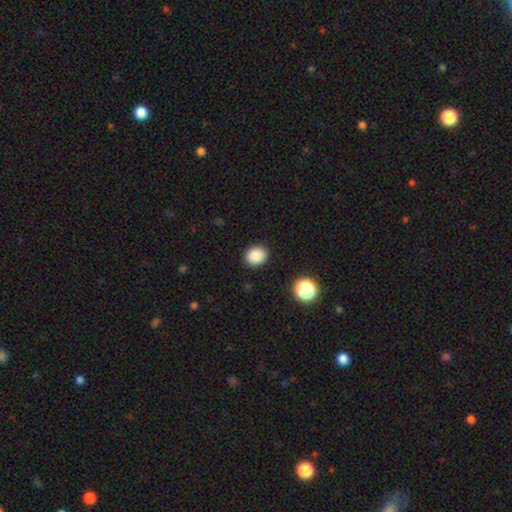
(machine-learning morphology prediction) The model was most divided on "how rounded": round: 64%, in between: 36%, cigar-shaped: 1%. More confident: merging — none (90%); smooth or featured — smooth (86%).